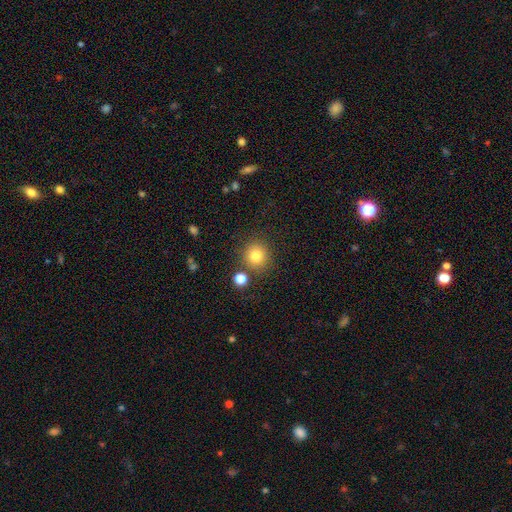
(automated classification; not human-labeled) Smooth or featured?
  - smooth: 82% *
  - star or artifact: 11%
  - featured or disk: 6%
How rounded?
  - round: 91% *
  - in between: 8%
  - cigar-shaped: 1%
Merging?
  - none: 82% *
  - minor disturbance: 8%
  - merger: 7%
  - major disturbance: 3%